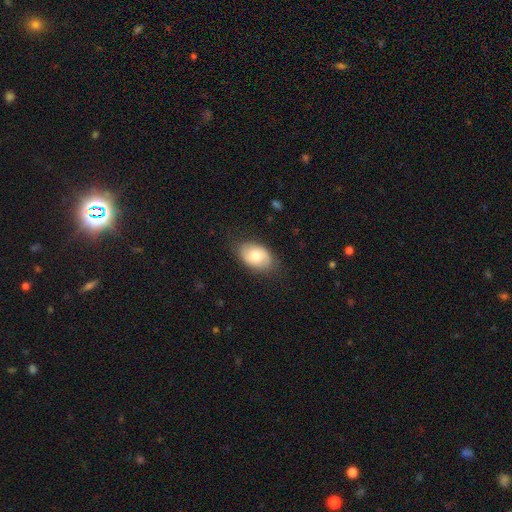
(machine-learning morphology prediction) The model was most divided on "smooth or featured": smooth: 68%, featured or disk: 26%, star or artifact: 7%. More confident: how rounded — in between (89%); merging — none (79%).